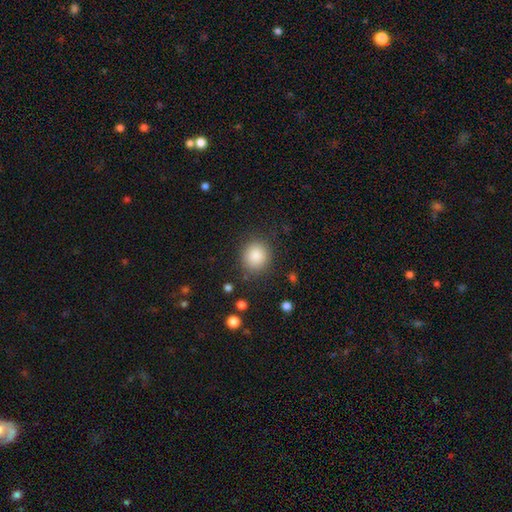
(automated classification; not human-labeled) Overall: smooth (86%). How rounded: round (83%). Merging: none (84%).